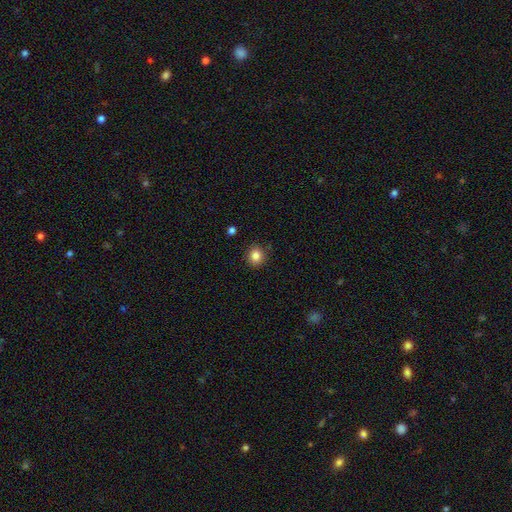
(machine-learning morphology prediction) This is clearly a smooth galaxy (84%). How rounded: clearly round (85%). Merging: clearly none (89%).